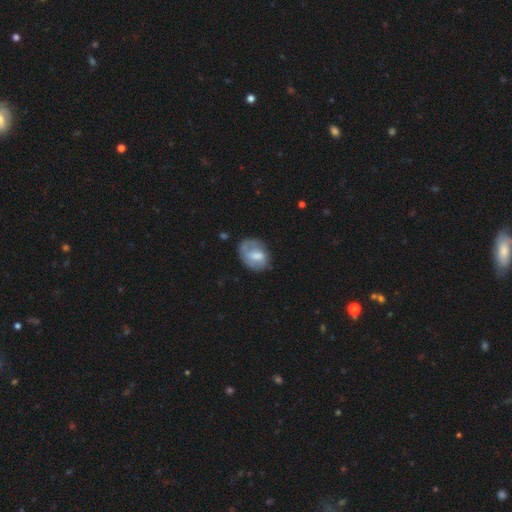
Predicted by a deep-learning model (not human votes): Morphology: type=smooth (53%); roundness=in between (71%); merging=none (54%).